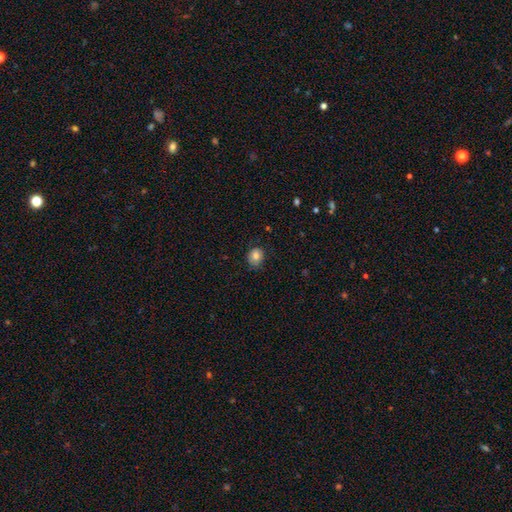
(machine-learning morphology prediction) The model was most divided on "how rounded": round: 70%, in between: 30%, cigar-shaped: 1%. More confident: merging — none (79%); smooth or featured — smooth (79%).